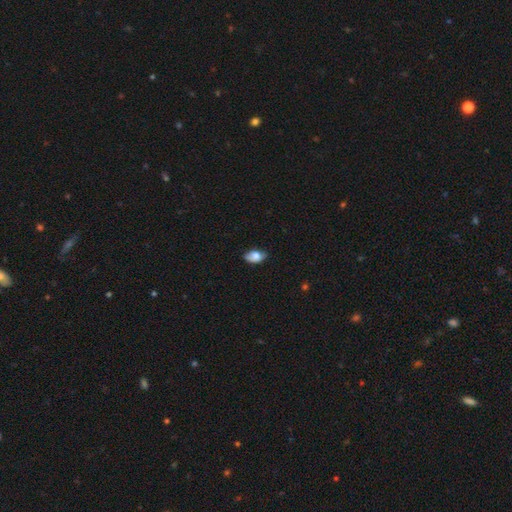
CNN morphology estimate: Smooth or featured?
  - smooth: 79% *
  - featured or disk: 14%
  - star or artifact: 7%
How rounded?
  - in between: 91% *
  - round: 7%
  - cigar-shaped: 2%
Merging?
  - none: 71% *
  - minor disturbance: 24%
  - major disturbance: 3%
  - merger: 1%